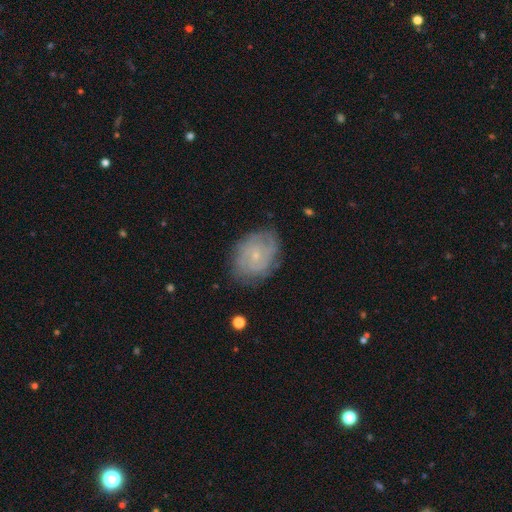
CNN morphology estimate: Smooth or featured? featured or disk (64%)
Edge-on disk? no (97%)
Bar? no (80%)
Spiral arms? yes (81%)
Spiral winding? tight (65%)
Spiral arm count? can't tell (53%)
Bulge size? small (83%)
Merging? none (74%)